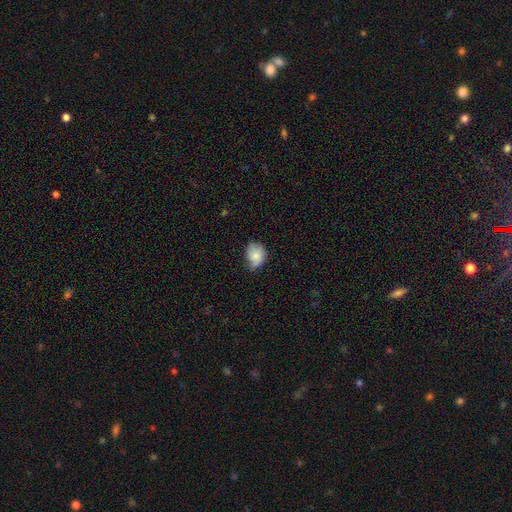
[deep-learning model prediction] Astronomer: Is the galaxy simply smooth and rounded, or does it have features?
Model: smooth — 69%.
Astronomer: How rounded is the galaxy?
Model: in between — 57% (runner-up: round, 42%).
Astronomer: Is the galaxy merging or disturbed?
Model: none — 50% (runner-up: minor disturbance, 38%).